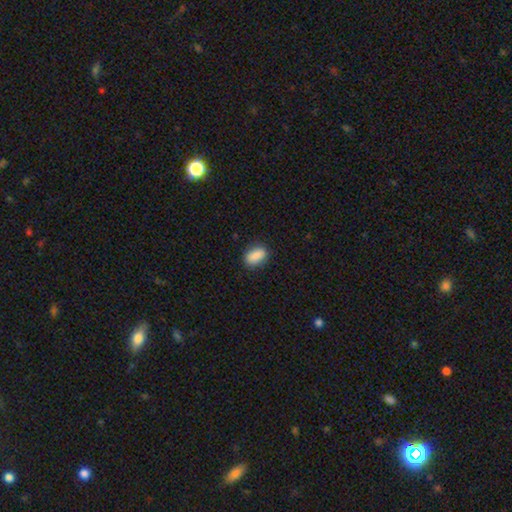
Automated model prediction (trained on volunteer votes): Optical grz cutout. It shows a smooth galaxy with no disk features (89%) that is in between round and cigar-shaped (89%). Merging: none (85%).